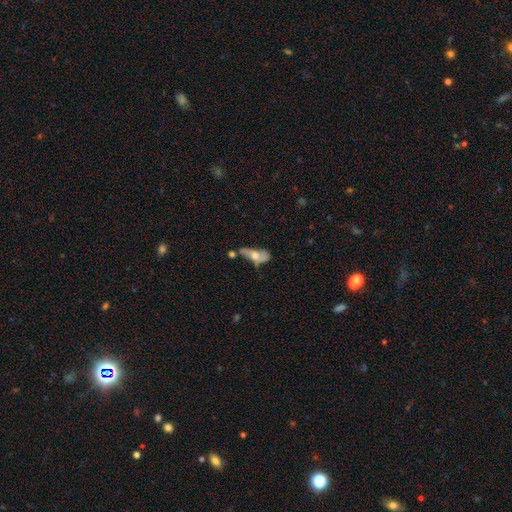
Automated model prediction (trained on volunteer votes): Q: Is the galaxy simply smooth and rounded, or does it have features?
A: smooth — 52%.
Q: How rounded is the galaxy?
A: in between — 76%.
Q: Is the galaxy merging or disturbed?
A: none — 26%, tied with major disturbance.